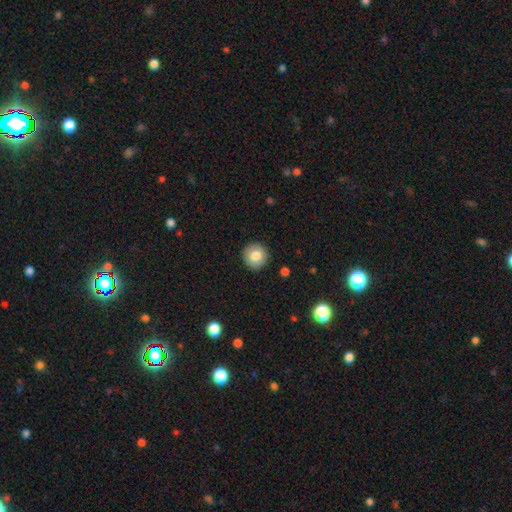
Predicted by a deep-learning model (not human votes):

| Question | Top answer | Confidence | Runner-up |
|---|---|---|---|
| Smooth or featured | smooth | 80% | featured or disk (12%) |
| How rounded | round | 94% | in between (5%) |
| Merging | none | 91% | minor disturbance (6%) |